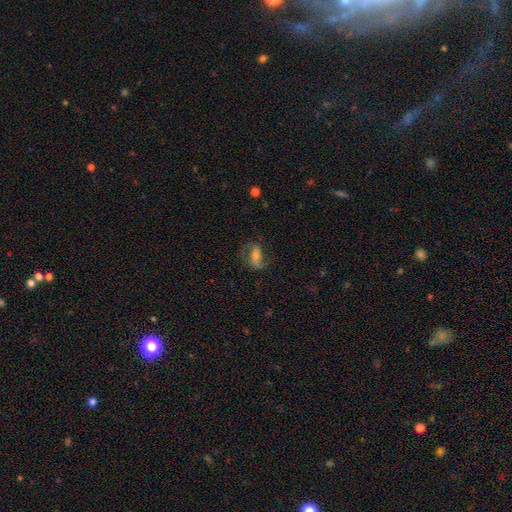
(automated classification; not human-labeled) This is possibly a featured or disk galaxy (58%). It is clearly not viewed edge-on (94%). Bar: marginally strong (35%). Spiral arm pattern: clearly yes (86%). Central bulge: possibly moderate (46%). Merging: likely none (65%).